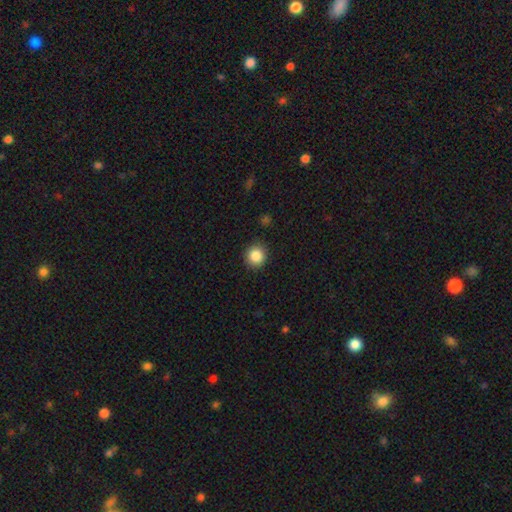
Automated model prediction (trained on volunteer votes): Smooth or featured? Predicted: smooth (p=0.86). How rounded? Predicted: round (p=0.91). Merging? Predicted: none (p=0.90).